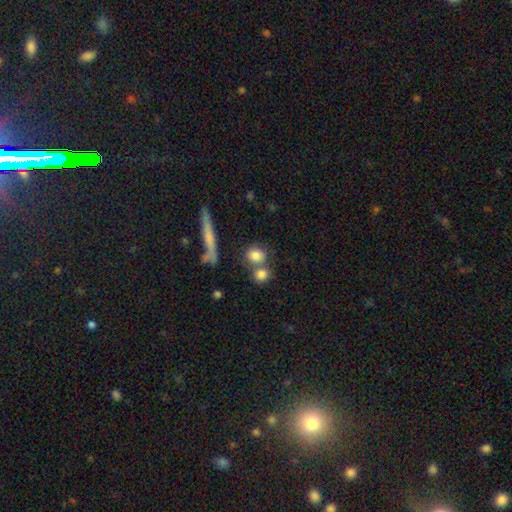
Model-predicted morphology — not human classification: smooth-or-featured: smooth: 79% | featured or disk: 11% | star or artifact: 9%
  how-rounded: round: 59% | in between: 34% | cigar-shaped: 7%
  merging: none: 53% | merger: 32% | minor disturbance: 10% | major disturbance: 5%